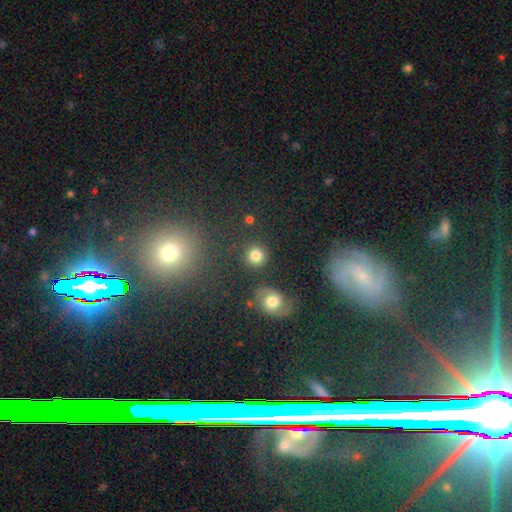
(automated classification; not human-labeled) A smooth galaxy with no disk features (82%) that is round (91%). Merging: none (86%).